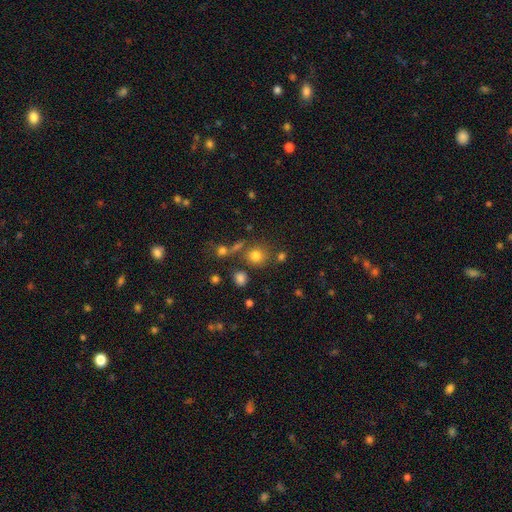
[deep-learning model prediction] Smooth or featured? smooth (76%)
How rounded? round (85%)
Merging? none (70%)